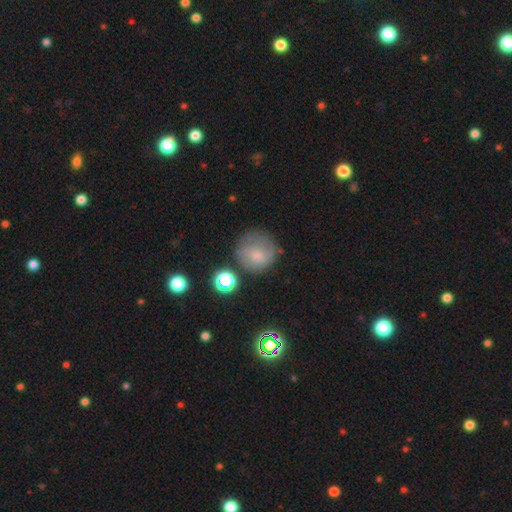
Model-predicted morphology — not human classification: Smooth or featured?
  - smooth: 61% *
  - featured or disk: 25%
  - star or artifact: 14%
How rounded?
  - round: 89% *
  - in between: 10%
  - cigar-shaped: 1%
Merging?
  - none: 63% *
  - minor disturbance: 22%
  - major disturbance: 11%
  - merger: 4%